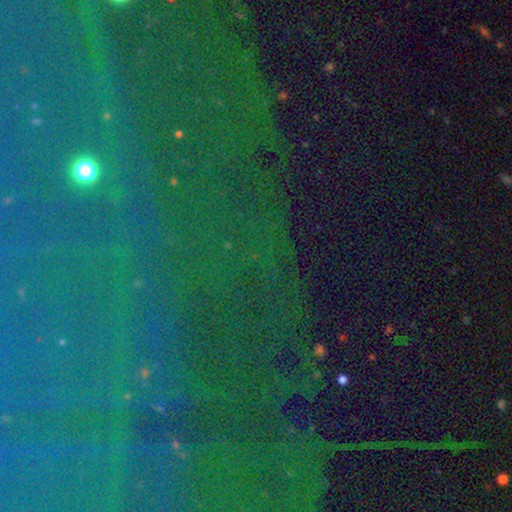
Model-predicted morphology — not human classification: This appears to be a star or artifact, not a galaxy (79%).